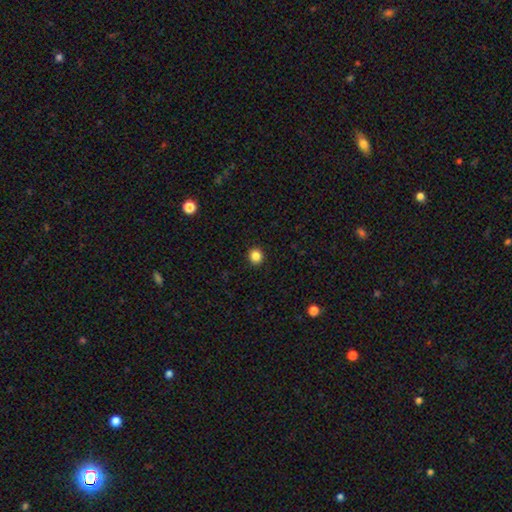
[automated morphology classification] A smooth galaxy with no disk features (85%) that is round (86%). Merging: none (92%).